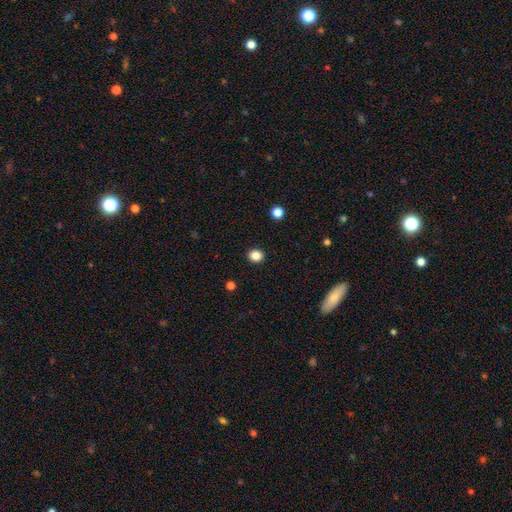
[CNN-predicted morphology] The model was most divided on "how rounded": round: 64%, in between: 35%, cigar-shaped: 1%. More confident: merging — none (91%); smooth or featured — smooth (86%).